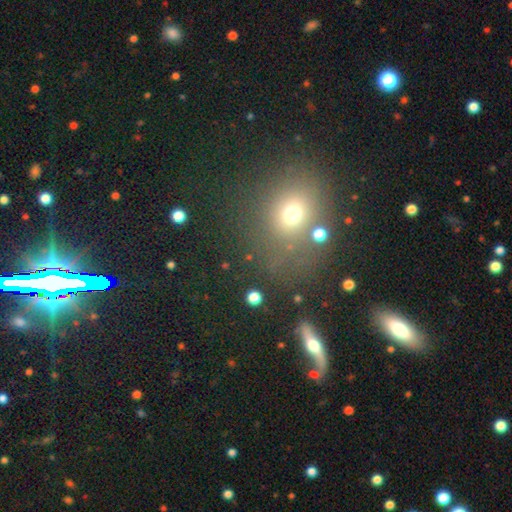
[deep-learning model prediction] Smooth or featured? smooth (51%)
How rounded? round (61%)
Merging? none (73%)